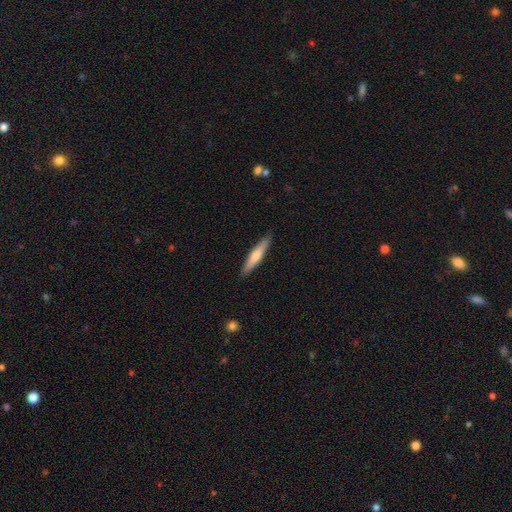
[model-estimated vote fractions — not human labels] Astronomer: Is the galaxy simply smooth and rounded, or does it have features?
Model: smooth — 58% (runner-up: featured or disk, 37%).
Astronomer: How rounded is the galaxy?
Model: cigar-shaped — 90%.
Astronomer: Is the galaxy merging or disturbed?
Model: none — 90%.